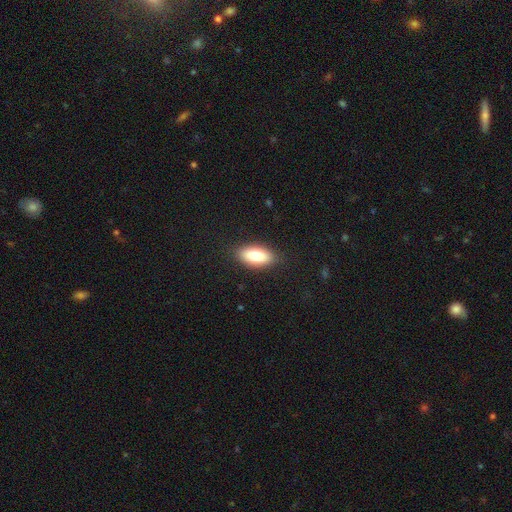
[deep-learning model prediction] smooth_or_featured: smooth (p=0.80) [alt: featured or disk p=0.13]
how_rounded: in between (p=0.88) [alt: cigar-shaped p=0.09]
merging: none (p=0.86) [alt: minor disturbance p=0.10]